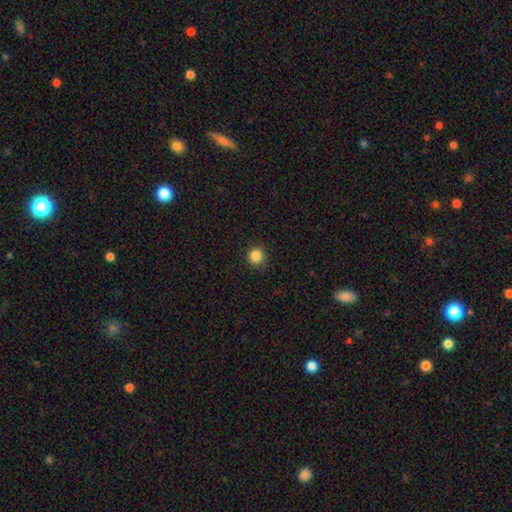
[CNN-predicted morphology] Q: Smooth or featured?
A: smooth (85%); runner-up: star or artifact (11%)
Q: How rounded?
A: round (93%); runner-up: in between (6%)
Q: Merging?
A: none (88%); runner-up: minor disturbance (9%)